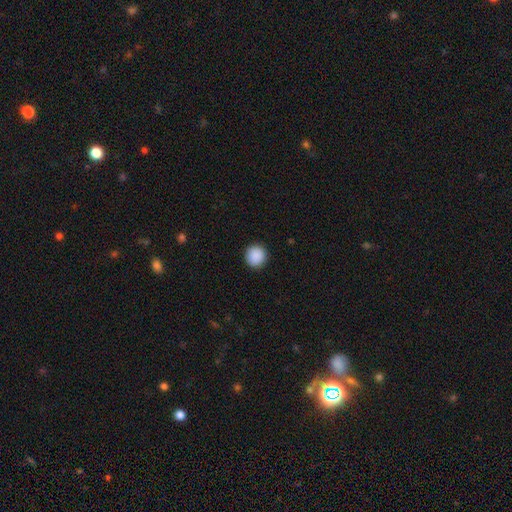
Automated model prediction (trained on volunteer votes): A smooth galaxy with no disk features (90%) that is round (93%).

Vote fractions:
- Smooth or featured? smooth: 90% / star or artifact: 8% / featured or disk: 2%
- How rounded? round: 93% / in between: 6% / cigar-shaped: 1%
- Merging? none: 92% / minor disturbance: 5% / major disturbance: 2% / merger: 1%